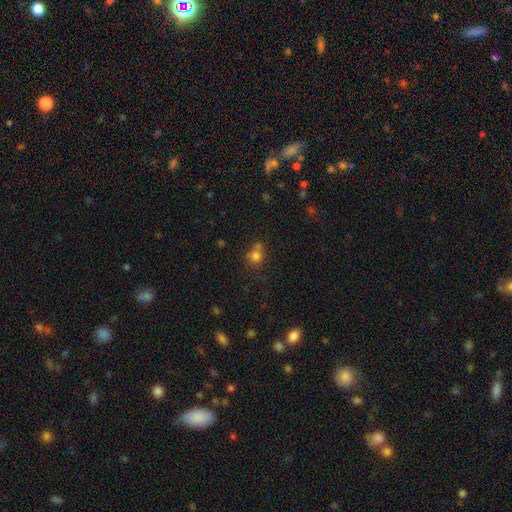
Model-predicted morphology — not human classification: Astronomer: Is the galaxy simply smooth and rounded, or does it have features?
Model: smooth — 77%.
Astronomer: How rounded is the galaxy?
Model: round — 76%.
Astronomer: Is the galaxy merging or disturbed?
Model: none — 50% (runner-up: merger, 27%).